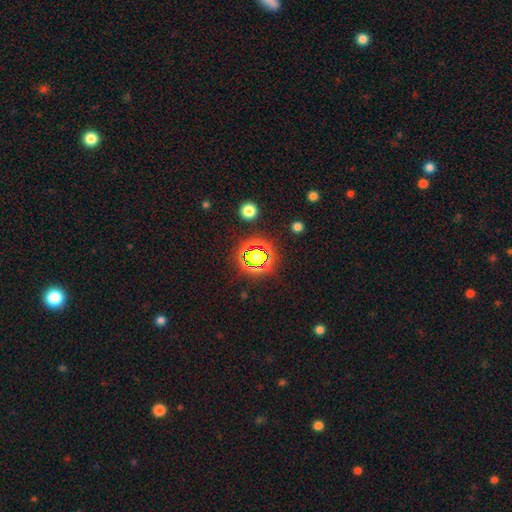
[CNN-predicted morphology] A star or artifact, not a galaxy (58%).